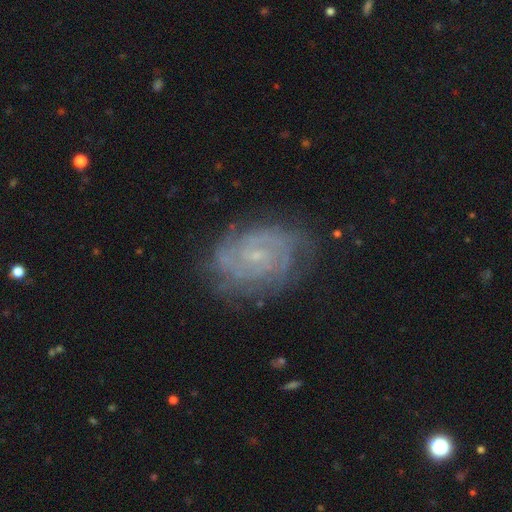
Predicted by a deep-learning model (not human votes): A featured or disk galaxy (85%) with no bar (61%), 2 (38%) tight (70%) spiral arms (97%) and a small central bulge (80%).

Vote fractions:
- Smooth or featured? featured or disk: 85% / smooth: 8% / star or artifact: 7%
- Edge-on disk? no: 97% / yes: 3%
- Bar? no: 61% / weak: 32% / strong: 7%
- Spiral arms? yes: 97% / no: 3%
- Spiral winding? tight: 70% / medium: 25% / loose: 4%
- Spiral arm count? 2: 38% / can't tell: 24% / 3: 16% / 4: 10% / more than 4: 6% / 1: 6%
- Bulge size? small: 80% / moderate: 12% / none: 6% / large: 1% / dominant: 1%
- Merging? none: 79% / minor disturbance: 15% / major disturbance: 5% / merger: 1%